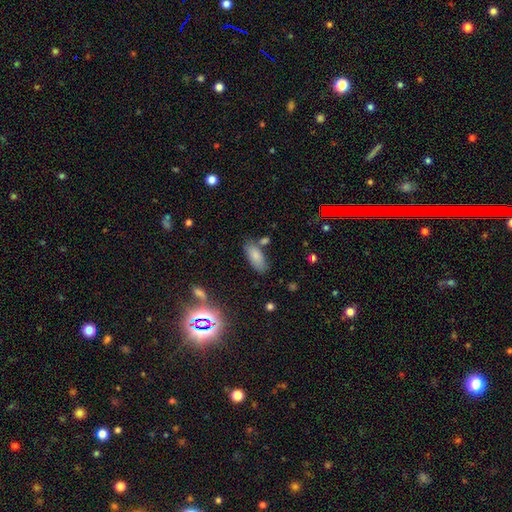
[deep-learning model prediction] smooth-or-featured: smooth: 82% | featured or disk: 9% | star or artifact: 9%
  how-rounded: in between: 85% | cigar-shaped: 12% | round: 2%
  merging: none: 70% | minor disturbance: 16% | merger: 9% | major disturbance: 4%